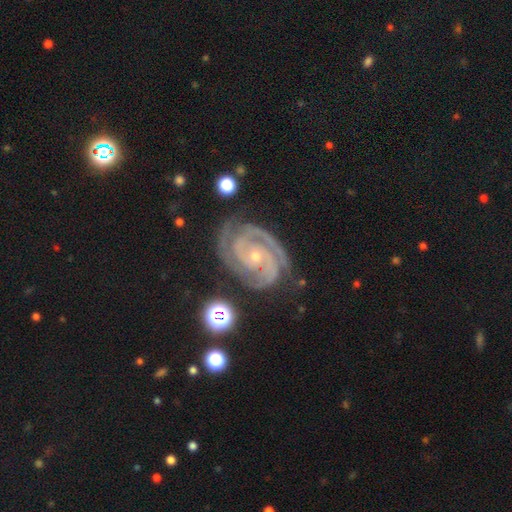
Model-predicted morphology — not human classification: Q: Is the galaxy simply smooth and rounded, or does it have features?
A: featured or disk — 93%.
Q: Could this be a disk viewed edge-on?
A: no — 98%.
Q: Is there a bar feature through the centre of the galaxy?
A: no — 64%.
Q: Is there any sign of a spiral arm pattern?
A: yes — 99%.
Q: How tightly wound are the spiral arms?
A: tight — 80%.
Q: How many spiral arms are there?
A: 2 — 42%.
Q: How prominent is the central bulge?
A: small — 78%.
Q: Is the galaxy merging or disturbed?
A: none — 76%.